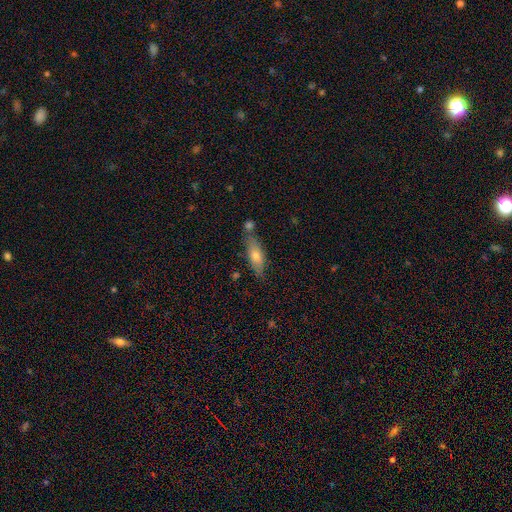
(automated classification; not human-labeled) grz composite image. It shows a smooth galaxy with no disk features (65%) that is in between round and cigar-shaped (49%). Merging: none (68%).